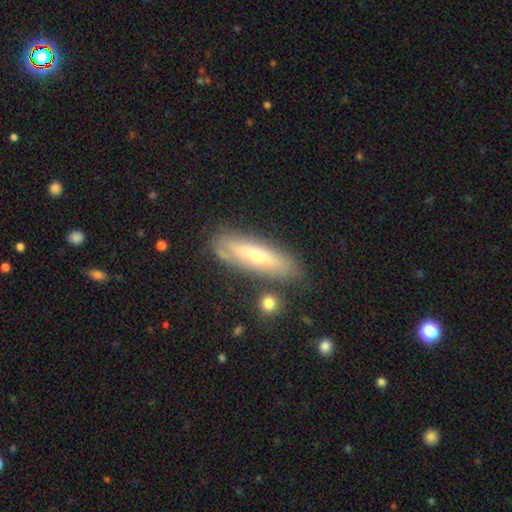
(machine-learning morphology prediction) Smooth or featured: featured or disk — 48% (smooth — 45%)
Merging: none — 74% (minor disturbance — 16%)